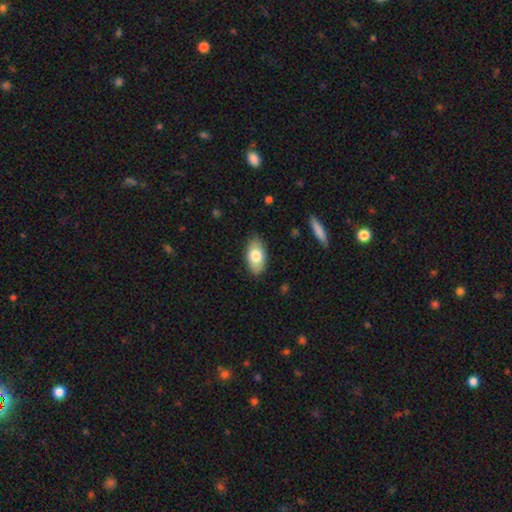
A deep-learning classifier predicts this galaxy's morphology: type=smooth (77%); roundness=in between (93%); merging=none (84%).